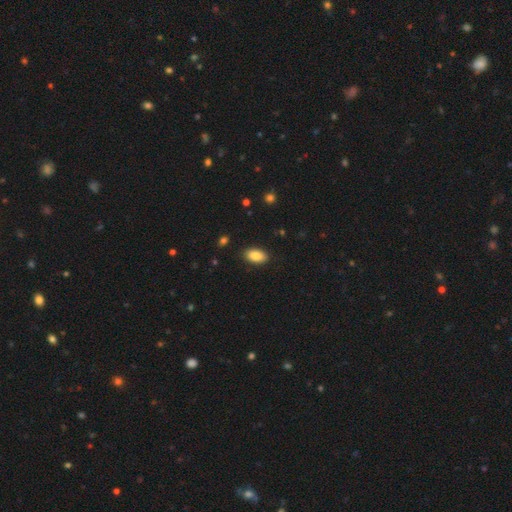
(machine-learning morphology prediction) Smooth or featured: smooth — 87% (star or artifact — 7%)
How rounded: in between — 94% (round — 4%)
Merging: none — 88% (minor disturbance — 9%)